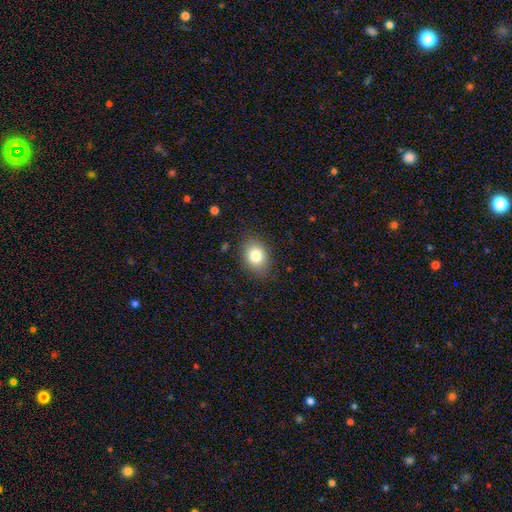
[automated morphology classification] The model was most divided on "how rounded": in between: 62%, round: 37%, cigar-shaped: 1%. More confident: merging — none (85%); smooth or featured — smooth (81%).